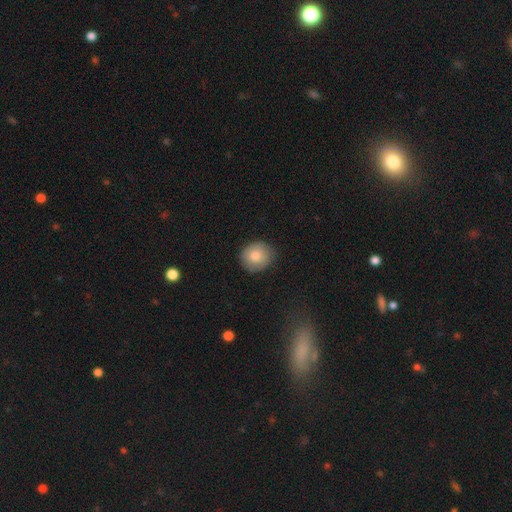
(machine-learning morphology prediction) The model was most divided on "how rounded": round: 79%, in between: 20%, cigar-shaped: 1%. More confident: merging — none (84%); smooth or featured — smooth (81%).